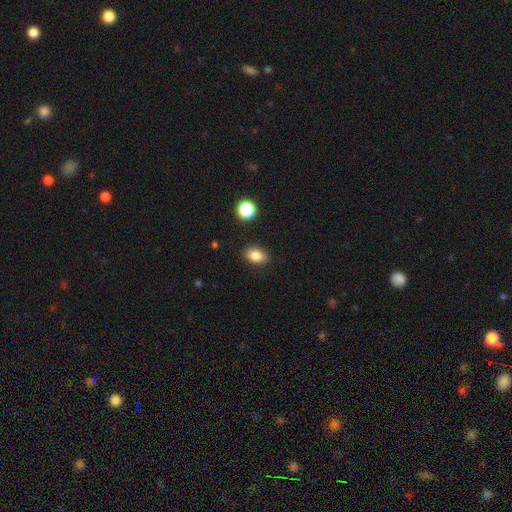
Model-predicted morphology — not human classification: Q: Smooth or featured?
A: smooth (84%); runner-up: star or artifact (10%)
Q: How rounded?
A: in between (79%); runner-up: round (19%)
Q: Merging?
A: none (87%); runner-up: minor disturbance (9%)